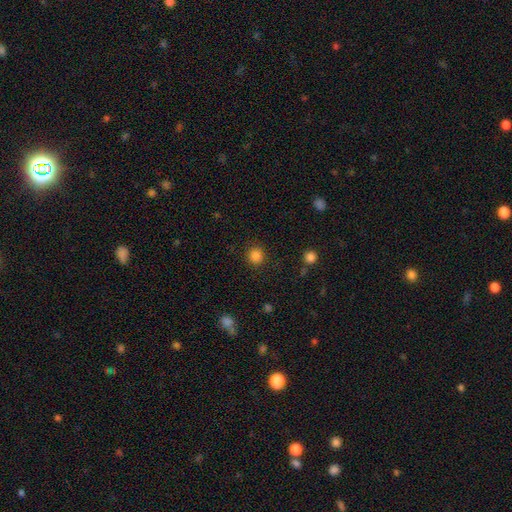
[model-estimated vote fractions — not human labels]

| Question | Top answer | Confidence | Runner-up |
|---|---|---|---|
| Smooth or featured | smooth | 85% | star or artifact (12%) |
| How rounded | round | 91% | in between (9%) |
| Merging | none | 89% | minor disturbance (7%) |